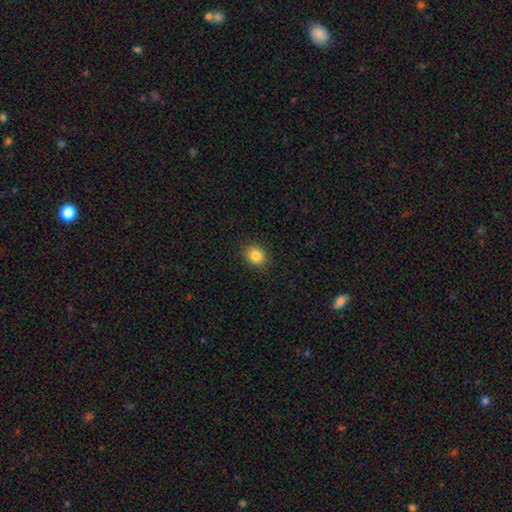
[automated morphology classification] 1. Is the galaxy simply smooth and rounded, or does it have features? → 85% smooth, 10% star or artifact, 5% featured or disk.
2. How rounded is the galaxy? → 52% round, 47% in between, 1% cigar-shaped.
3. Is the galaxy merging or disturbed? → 89% none, 8% minor disturbance, 2% major disturbance, 1% merger.